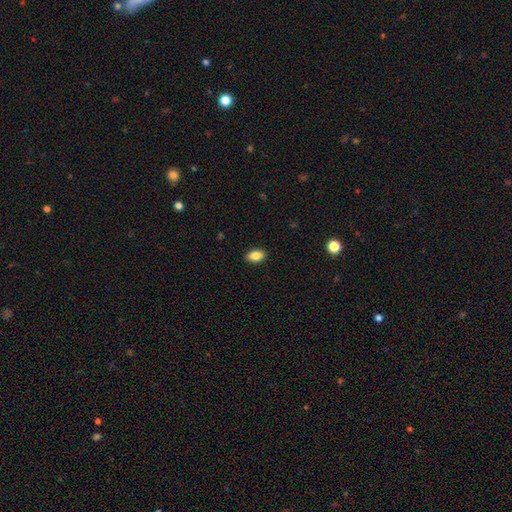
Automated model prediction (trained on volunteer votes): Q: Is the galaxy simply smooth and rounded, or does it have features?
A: smooth — 86%.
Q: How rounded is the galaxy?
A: in between — 90%.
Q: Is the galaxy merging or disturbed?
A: none — 89%.